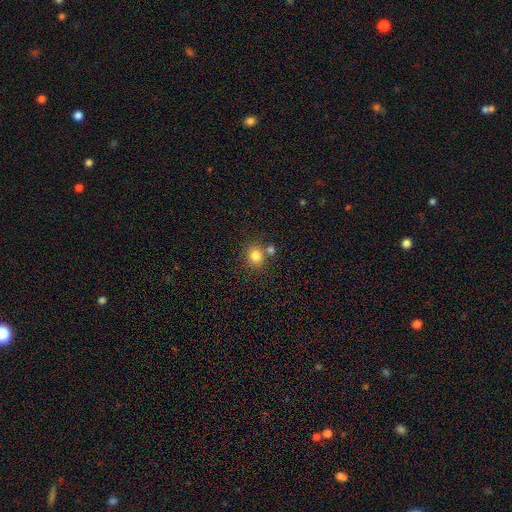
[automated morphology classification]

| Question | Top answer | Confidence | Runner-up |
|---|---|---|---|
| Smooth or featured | smooth | 80% | star or artifact (12%) |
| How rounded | round | 85% | in between (14%) |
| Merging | none | 65% | merger (22%) |